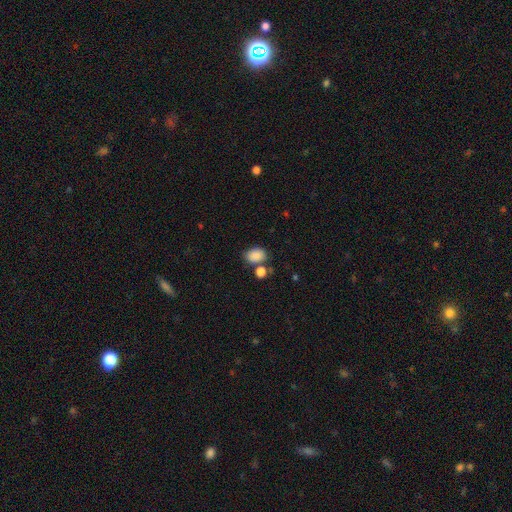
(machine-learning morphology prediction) This appears to be a smooth galaxy with no disk features (86%) that is in between round and cigar-shaped (75%). Merging: none (62%).